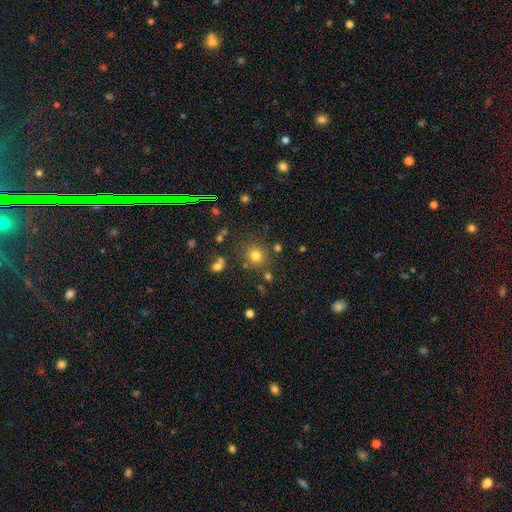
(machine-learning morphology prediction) Overall: smooth (77%). How rounded: round (90%). Merging: none (81%).